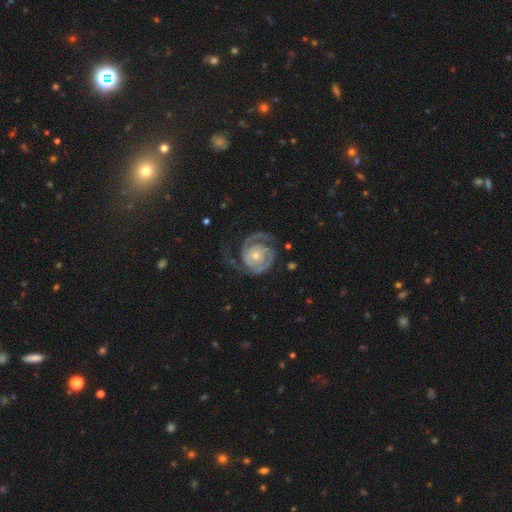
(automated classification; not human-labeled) Q: Smooth or featured?
A: featured or disk (88%); runner-up: smooth (8%)
Q: Edge-on disk?
A: no (98%); runner-up: yes (2%)
Q: Bar?
A: no (76%); runner-up: weak (19%)
Q: Spiral arms?
A: yes (96%); runner-up: no (4%)
Q: Spiral winding?
A: tight (64%); runner-up: medium (27%)
Q: Spiral arm count?
A: 2 (64%); runner-up: 1 (13%)
Q: Bulge size?
A: small (50%); runner-up: moderate (43%)
Q: Merging?
A: none (58%); runner-up: major disturbance (20%)